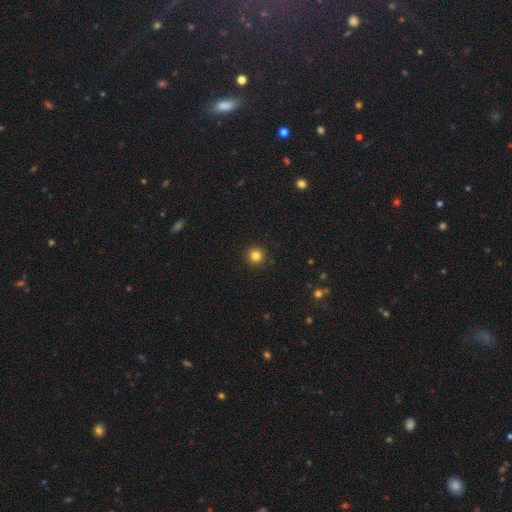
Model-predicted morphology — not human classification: Smooth or featured? smooth (83%)
How rounded? round (96%)
Merging? none (93%)